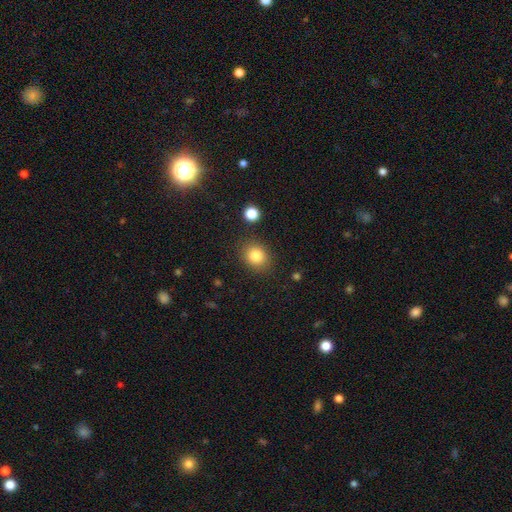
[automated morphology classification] A smooth galaxy with no disk features (84%) that is round (68%).

Vote fractions:
- Smooth or featured? smooth: 84% / star or artifact: 10% / featured or disk: 6%
- How rounded? round: 68% / in between: 31% / cigar-shaped: 1%
- Merging? none: 85% / minor disturbance: 9% / major disturbance: 3% / merger: 3%